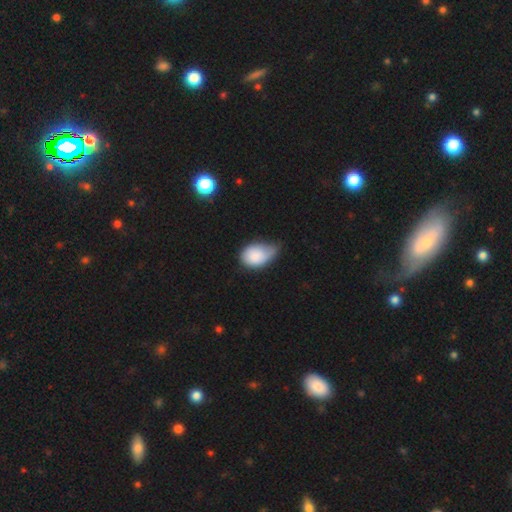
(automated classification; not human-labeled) Smooth or featured?
  - smooth: 83% *
  - featured or disk: 10%
  - star or artifact: 6%
How rounded?
  - in between: 81% *
  - round: 17%
  - cigar-shaped: 1%
Merging?
  - minor disturbance: 56% *
  - none: 24%
  - major disturbance: 17%
  - merger: 4%